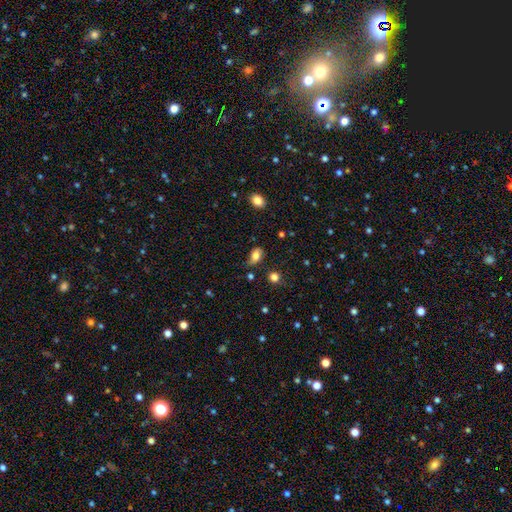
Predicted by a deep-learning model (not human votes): smooth-or-featured: smooth: 71% | featured or disk: 19% | star or artifact: 10%
  how-rounded: in between: 85% | round: 12% | cigar-shaped: 3%
  merging: none: 54% | minor disturbance: 31% | major disturbance: 11% | merger: 3%